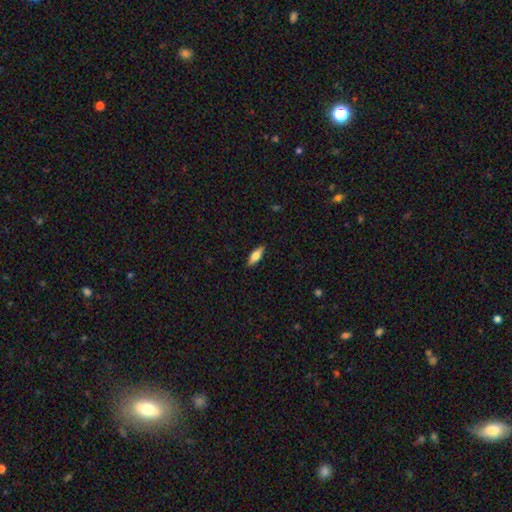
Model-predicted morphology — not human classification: This is possibly a smooth galaxy (58%). How rounded: possibly in between (57%). Merging: clearly none (89%).